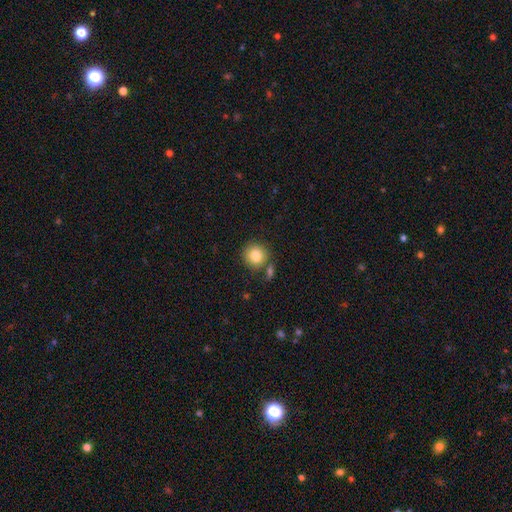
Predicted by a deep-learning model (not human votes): Overall: smooth (82%). How rounded: round (91%). Merging: none (76%).